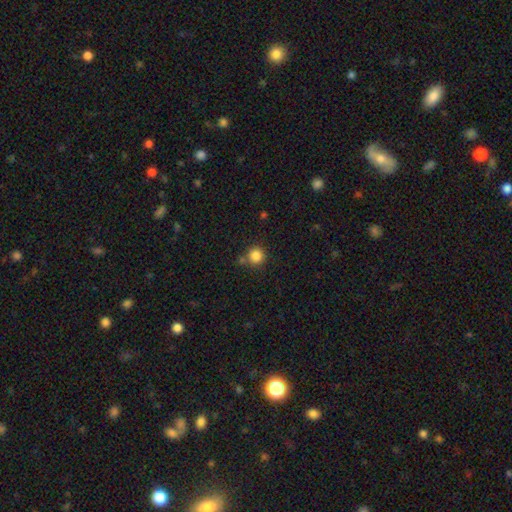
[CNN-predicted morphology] smooth-or-featured: smooth: 85% | star or artifact: 11% | featured or disk: 4%
  how-rounded: round: 93% | in between: 6% | cigar-shaped: 1%
  merging: none: 74% | merger: 12% | minor disturbance: 11% | major disturbance: 4%